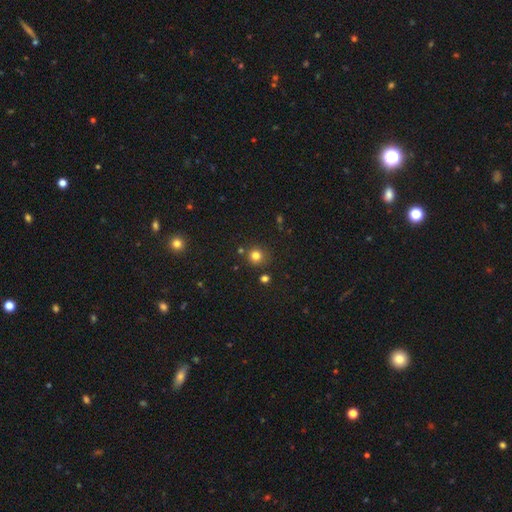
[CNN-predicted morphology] smooth 80%, star or artifact 15%, featured or disk 5%. Down the decision tree: how rounded — round (92%); merging — none (83%).